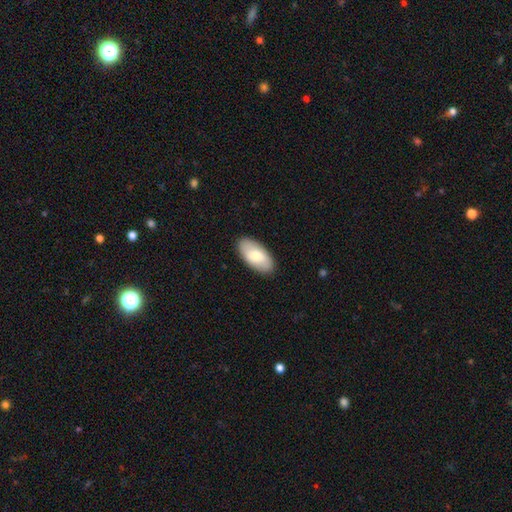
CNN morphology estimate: A smooth galaxy with no disk features (76%) that is in between round and cigar-shaped (94%). Merging: none (89%).